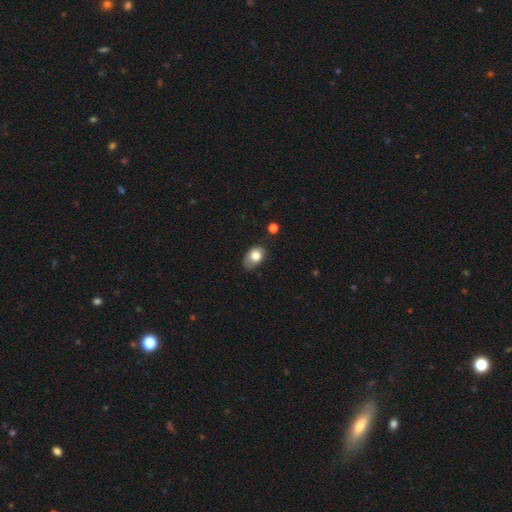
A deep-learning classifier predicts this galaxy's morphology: Smooth or featured: smooth — 77% (featured or disk — 15%)
How rounded: in between — 82% (round — 17%)
Merging: none — 57% (minor disturbance — 32%)